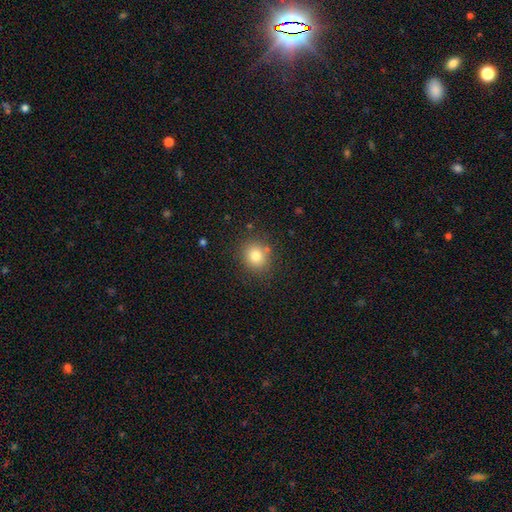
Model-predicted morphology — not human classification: Smooth or featured: smooth — 79% (star or artifact — 12%)
How rounded: round — 81% (in between — 18%)
Merging: none — 83% (minor disturbance — 10%)